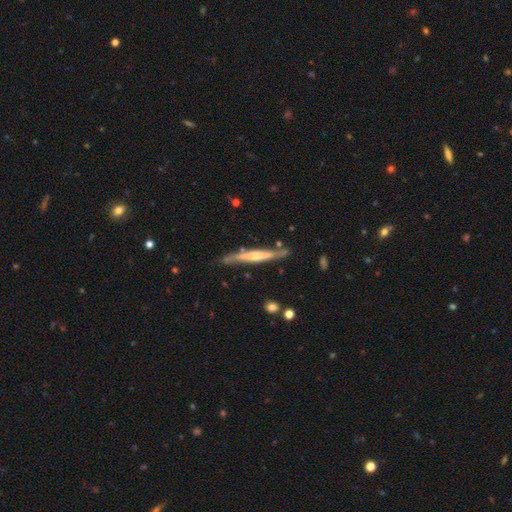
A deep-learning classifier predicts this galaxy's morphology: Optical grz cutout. It shows a featured or disk galaxy (65%) viewed edge-on (95%) with a rounded central bulge (56%). Merging: none (79%).